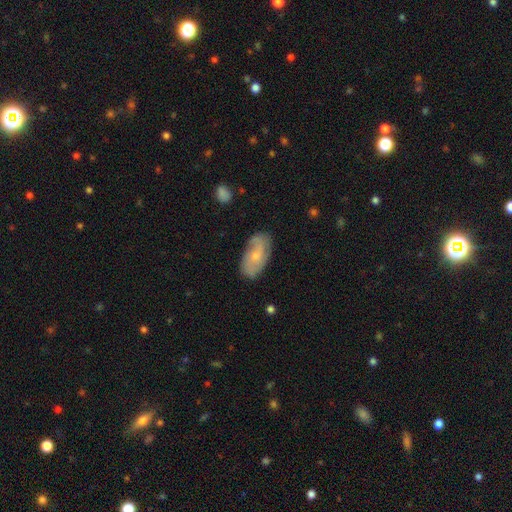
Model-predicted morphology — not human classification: Q: Smooth or featured?
A: featured or disk (55%); runner-up: smooth (38%)
Q: Edge-on disk?
A: no (94%); runner-up: yes (6%)
Q: Bar?
A: no (69%); runner-up: weak (27%)
Q: Spiral arms?
A: yes (84%); runner-up: no (16%)
Q: Bulge size?
A: small (66%); runner-up: moderate (29%)
Q: Merging?
A: none (74%); runner-up: minor disturbance (20%)